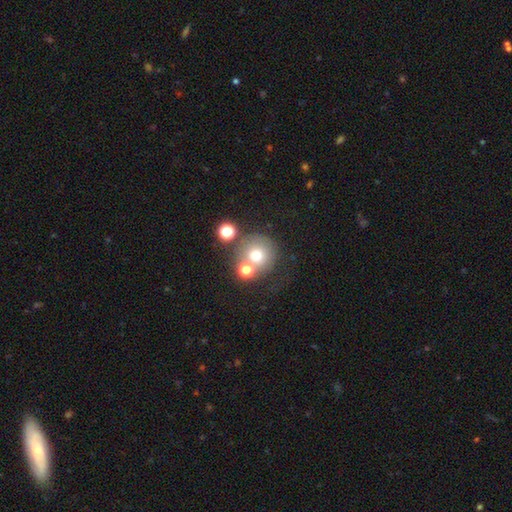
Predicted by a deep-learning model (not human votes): smooth-or-featured: smooth: 67% | featured or disk: 18% | star or artifact: 15%
  how-rounded: round: 92% | in between: 7% | cigar-shaped: 1%
  merging: none: 56% | merger: 26% | minor disturbance: 11% | major disturbance: 7%